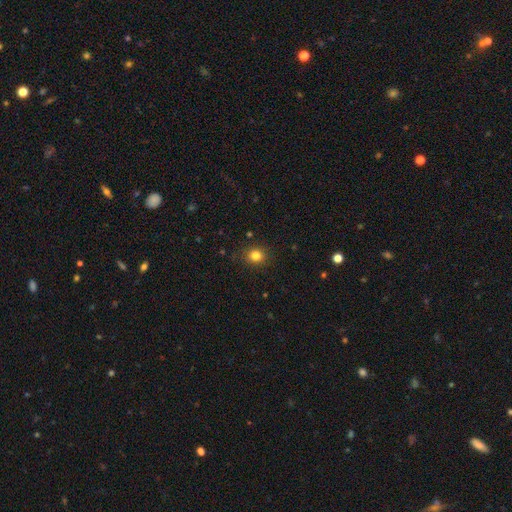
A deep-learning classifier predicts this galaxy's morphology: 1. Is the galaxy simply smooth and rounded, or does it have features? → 82% smooth, 13% star or artifact, 5% featured or disk.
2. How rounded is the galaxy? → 75% round, 24% in between, 1% cigar-shaped.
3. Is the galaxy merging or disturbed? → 88% none, 9% minor disturbance, 3% major disturbance, 1% merger.